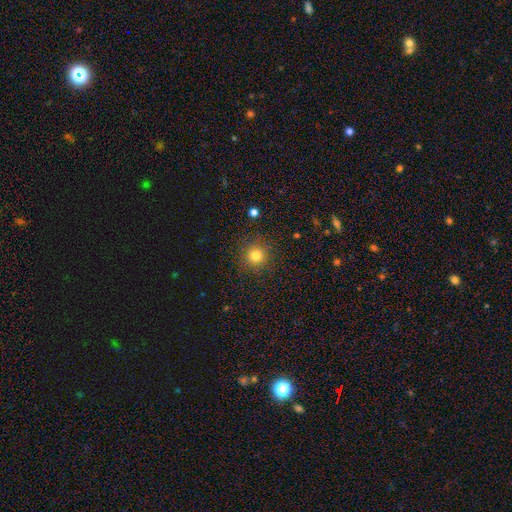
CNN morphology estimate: type=smooth (78%); roundness=round (94%); merging=none (90%).